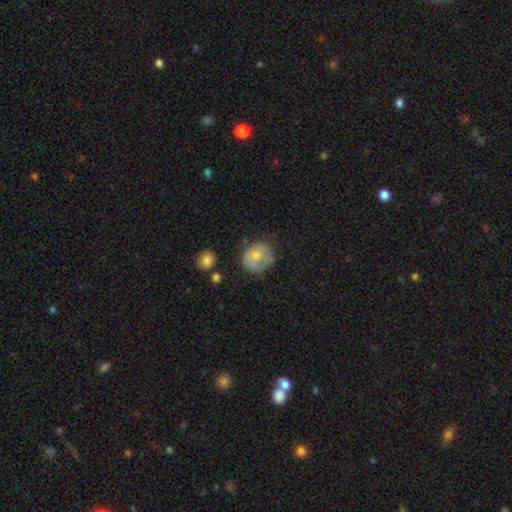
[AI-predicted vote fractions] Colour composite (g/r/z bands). It shows a smooth galaxy with no disk features (68%) that is round (76%). Merging: none (52%).